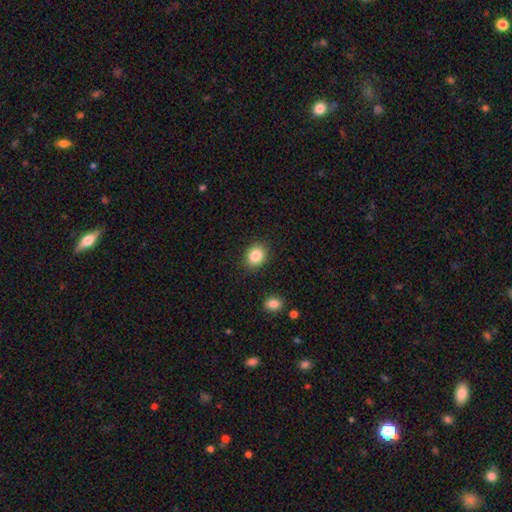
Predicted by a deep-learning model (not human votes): Q: Smooth or featured?
A: smooth (85%); runner-up: star or artifact (9%)
Q: How rounded?
A: round (52%); runner-up: in between (47%)
Q: Merging?
A: none (87%); runner-up: minor disturbance (9%)